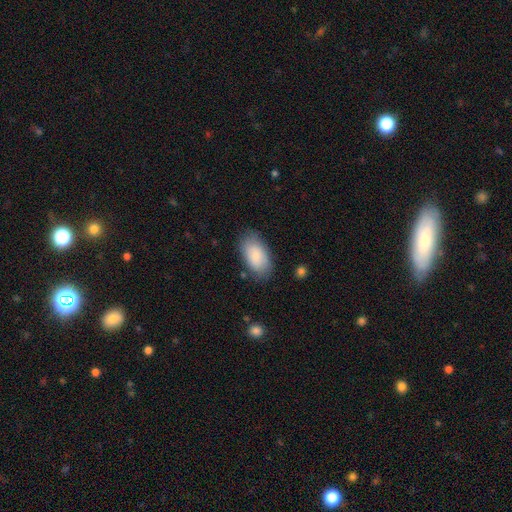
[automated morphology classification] A smooth galaxy with no disk features (83%) that is in between round and cigar-shaped (94%).

Vote fractions:
- Smooth or featured? smooth: 83% / featured or disk: 11% / star or artifact: 6%
- How rounded? in between: 94% / round: 4% / cigar-shaped: 2%
- Merging? none: 78% / minor disturbance: 16% / major disturbance: 4% / merger: 2%